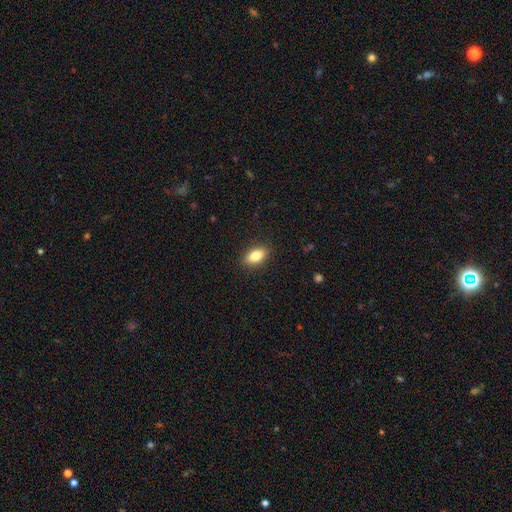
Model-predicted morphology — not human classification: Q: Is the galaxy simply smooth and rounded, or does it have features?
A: smooth — 84%.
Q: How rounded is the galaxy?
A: in between — 89%.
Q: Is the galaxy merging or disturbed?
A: none — 89%.